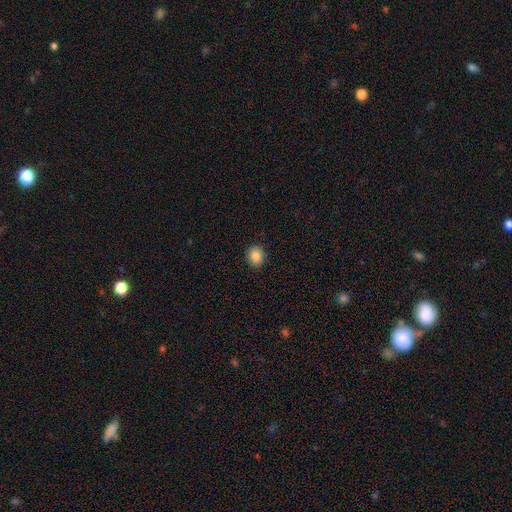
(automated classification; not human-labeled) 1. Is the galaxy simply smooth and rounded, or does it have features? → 87% smooth, 9% star or artifact, 4% featured or disk.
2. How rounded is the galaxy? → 63% round, 36% in between, 1% cigar-shaped.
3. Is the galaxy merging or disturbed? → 91% none, 7% minor disturbance, 2% major disturbance, 1% merger.